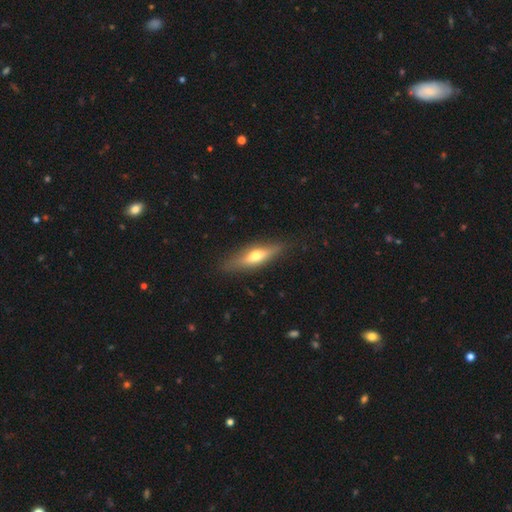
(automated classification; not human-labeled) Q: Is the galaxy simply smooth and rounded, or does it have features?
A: smooth — 49%.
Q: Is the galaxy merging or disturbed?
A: none — 84%.